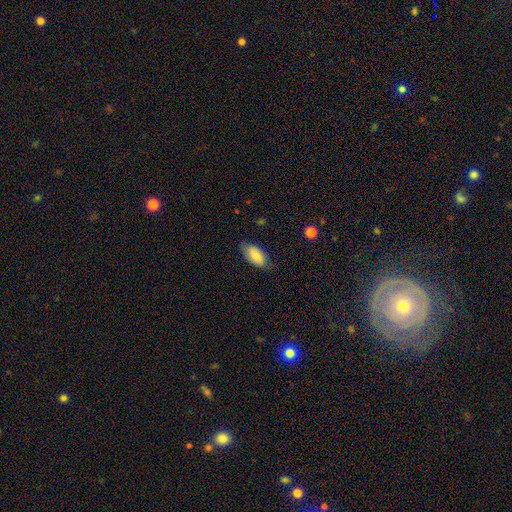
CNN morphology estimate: The model was most divided on "merging": none: 72%, minor disturbance: 23%, major disturbance: 4%, merger: 1%. More confident: how rounded — in between (94%); smooth or featured — smooth (78%).